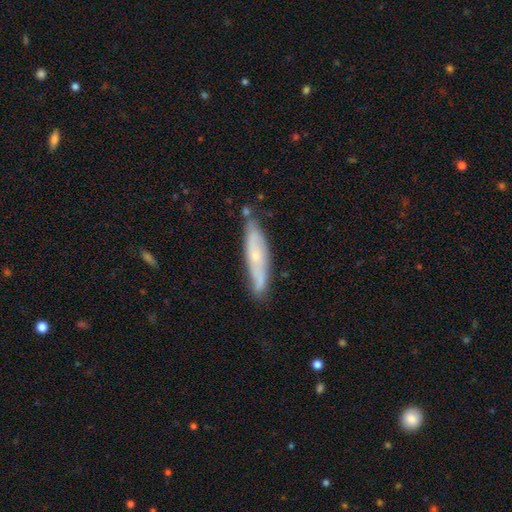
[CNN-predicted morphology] The model was most divided on "edge-on disk": no: 51%, yes: 49%. More confident: merging — none (72%); smooth or featured — featured or disk (54%).